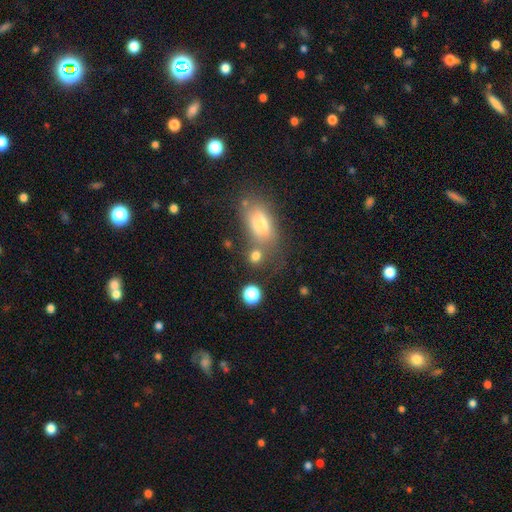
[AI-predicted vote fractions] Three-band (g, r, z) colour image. It shows a smooth galaxy with no disk features (75%) that is round (55%). Merging: none (52%).